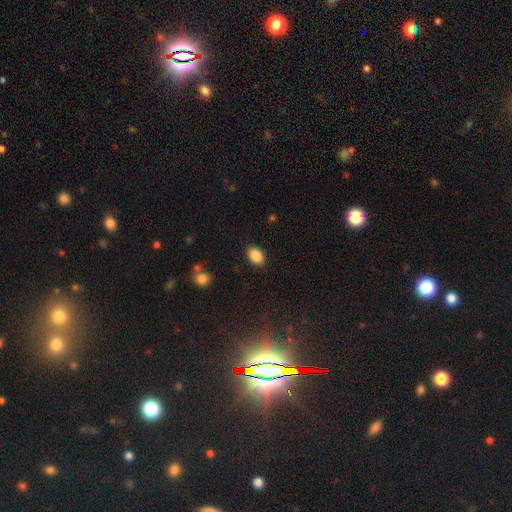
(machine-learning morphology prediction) smooth-or-featured: smooth: 88% | star or artifact: 8% | featured or disk: 4%
  how-rounded: in between: 88% | round: 11% | cigar-shaped: 1%
  merging: none: 87% | minor disturbance: 9% | major disturbance: 2% | merger: 1%